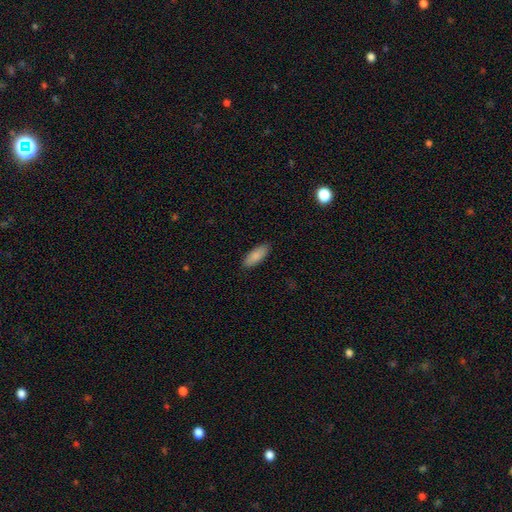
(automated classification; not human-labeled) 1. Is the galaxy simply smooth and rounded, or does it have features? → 89% smooth, 6% star or artifact, 6% featured or disk.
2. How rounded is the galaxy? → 73% in between, 26% cigar-shaped, 2% round.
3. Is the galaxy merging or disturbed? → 89% none, 8% minor disturbance, 2% major disturbance, 1% merger.